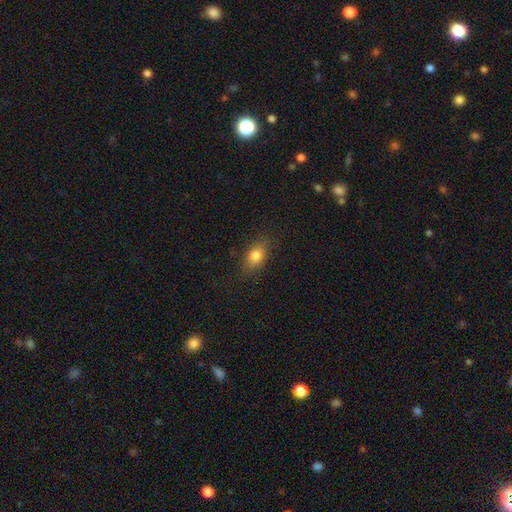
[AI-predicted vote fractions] smooth_or_featured: smooth (p=0.81) [alt: featured or disk p=0.10]
how_rounded: in between (p=0.79) [alt: round p=0.16]
merging: none (p=0.82) [alt: minor disturbance p=0.14]